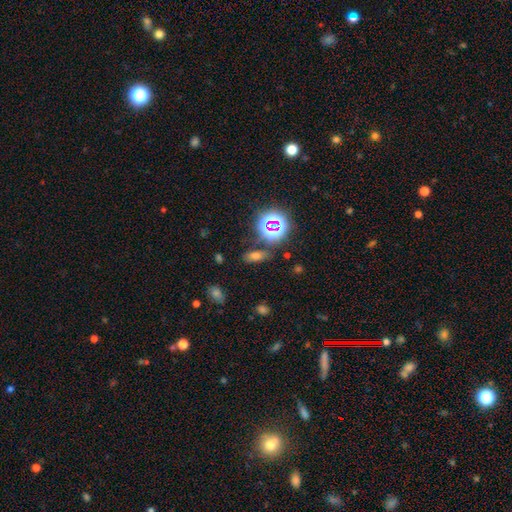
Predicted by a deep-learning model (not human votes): Smooth or featured: smooth — 60% (star or artifact — 29%)
How rounded: in between — 76% (cigar-shaped — 13%)
Merging: none — 77% (minor disturbance — 12%)